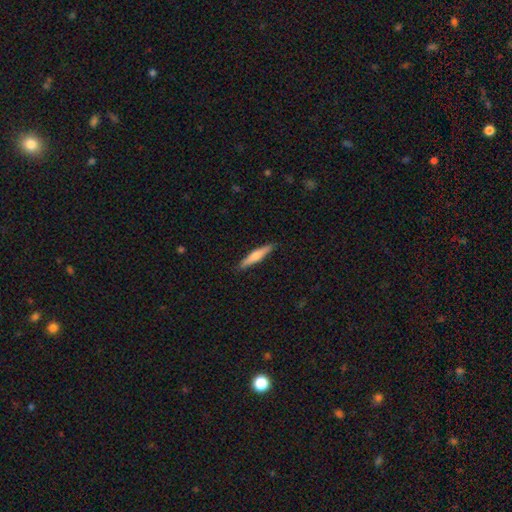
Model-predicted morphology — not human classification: Smooth or featured? smooth (50%)
How rounded? cigar-shaped (90%)
Merging? none (90%)